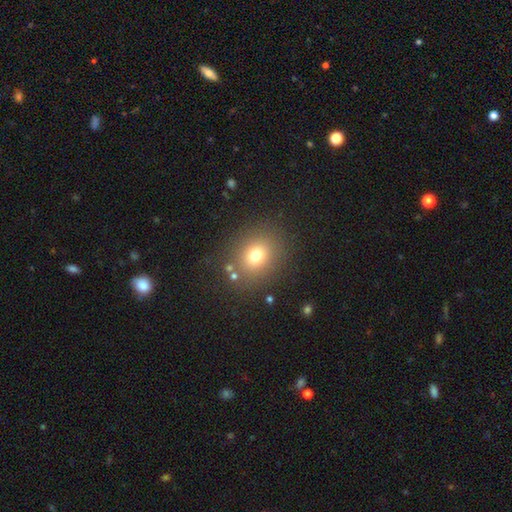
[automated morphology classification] smooth 73%, star or artifact 16%, featured or disk 11%. Down the decision tree: how rounded — round (65%); merging — none (82%).